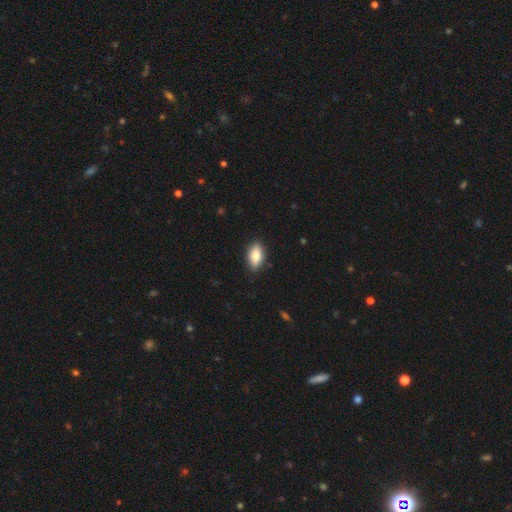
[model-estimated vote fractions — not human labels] Smooth or featured? smooth (80%)
How rounded? in between (89%)
Merging? none (86%)